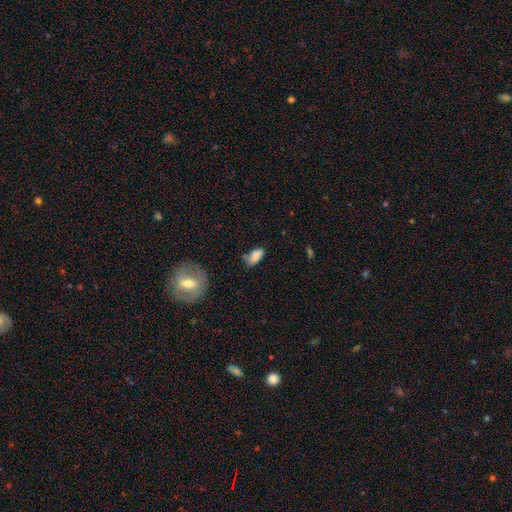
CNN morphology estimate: Smooth or featured? Predicted: smooth (p=0.76). How rounded? Predicted: in between (p=0.88). Merging? Predicted: none (p=0.45).